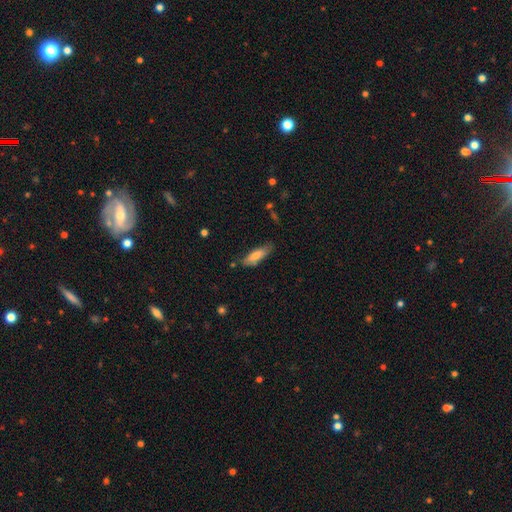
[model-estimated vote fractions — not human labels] This is likely a smooth galaxy (76%). How rounded: possibly in between (53%). Merging: likely none (71%).